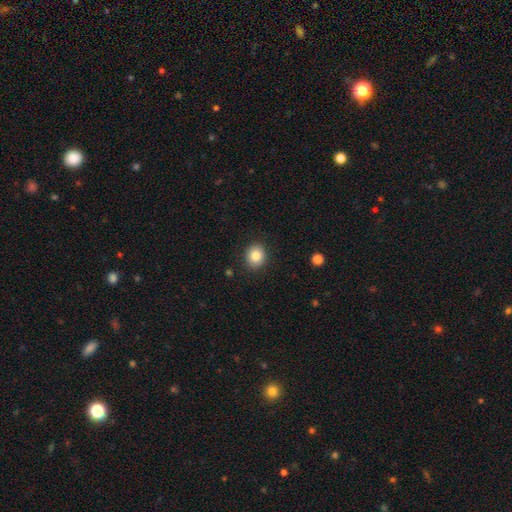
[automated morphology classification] Overall: smooth (85%). How rounded: round (76%). Merging: none (90%).